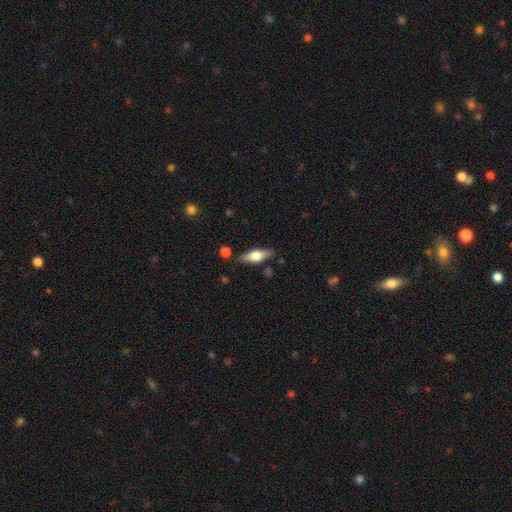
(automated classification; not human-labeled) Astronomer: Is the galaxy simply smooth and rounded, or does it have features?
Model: smooth — 49% (runner-up: featured or disk, 45%).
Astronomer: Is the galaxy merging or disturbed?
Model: none — 82%.